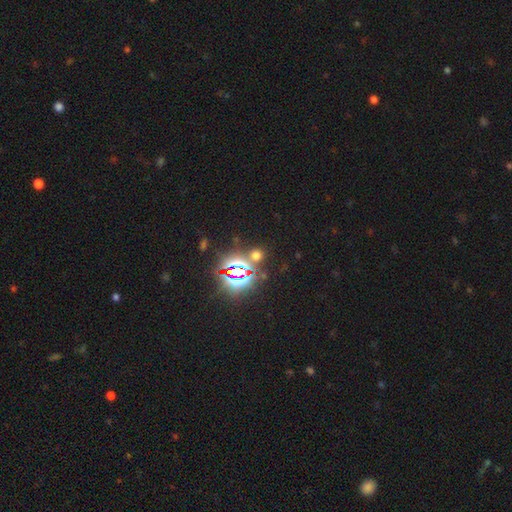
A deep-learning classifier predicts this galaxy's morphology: A star or artifact, not a galaxy (56%).

Vote fractions:
- Smooth or featured? star or artifact: 56% / smooth: 37% / featured or disk: 7%